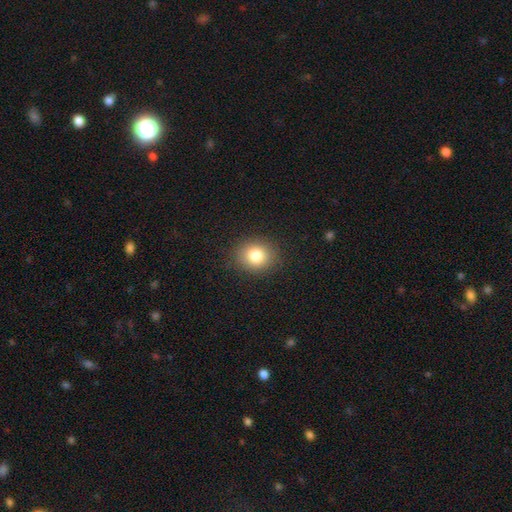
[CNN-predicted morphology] This appears to be a smooth galaxy with no disk features (82%) that is round (67%). Merging: none (88%).